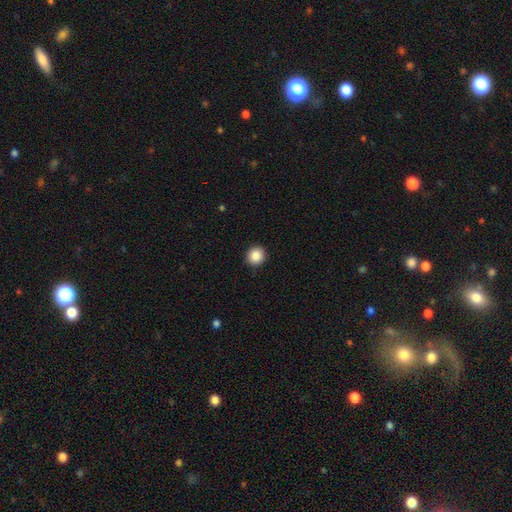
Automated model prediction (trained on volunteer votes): smooth_or_featured: smooth (p=0.88) [alt: star or artifact p=0.09]
how_rounded: round (p=0.91) [alt: in between p=0.08]
merging: none (p=0.92) [alt: minor disturbance p=0.05]